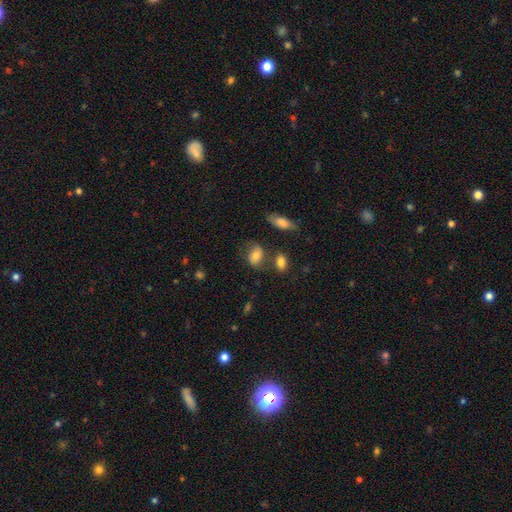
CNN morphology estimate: This is likely a smooth galaxy (72%). How rounded: likely in between (72%). Merging: likely none (60%).